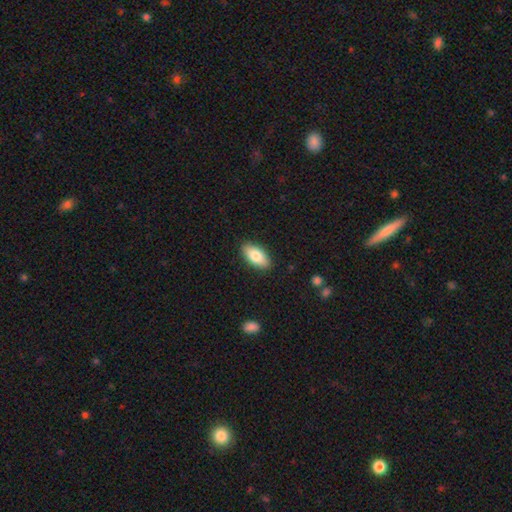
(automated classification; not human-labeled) A smooth galaxy with no disk features (79%) that is in between round and cigar-shaped (91%).

Vote fractions:
- Smooth or featured? smooth: 79% / featured or disk: 15% / star or artifact: 6%
- How rounded? in between: 91% / cigar-shaped: 7% / round: 3%
- Merging? none: 88% / minor disturbance: 9% / major disturbance: 2% / merger: 1%